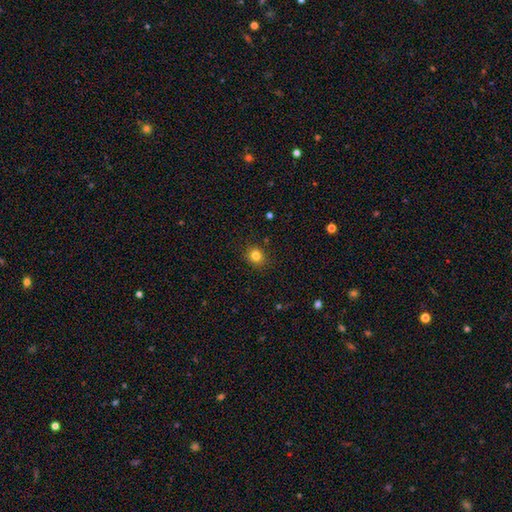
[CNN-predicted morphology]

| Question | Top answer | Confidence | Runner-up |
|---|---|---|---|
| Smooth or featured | smooth | 82% | star or artifact (13%) |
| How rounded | round | 76% | in between (23%) |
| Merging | none | 88% | minor disturbance (8%) |